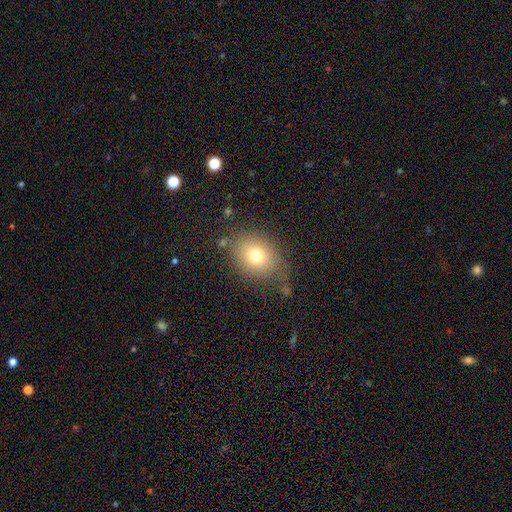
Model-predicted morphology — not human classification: A smooth galaxy with no disk features (74%) that is round (55%).

Vote fractions:
- Smooth or featured? smooth: 74% / featured or disk: 13% / star or artifact: 12%
- How rounded? round: 55% / in between: 44% / cigar-shaped: 1%
- Merging? none: 70% / minor disturbance: 18% / major disturbance: 8% / merger: 4%